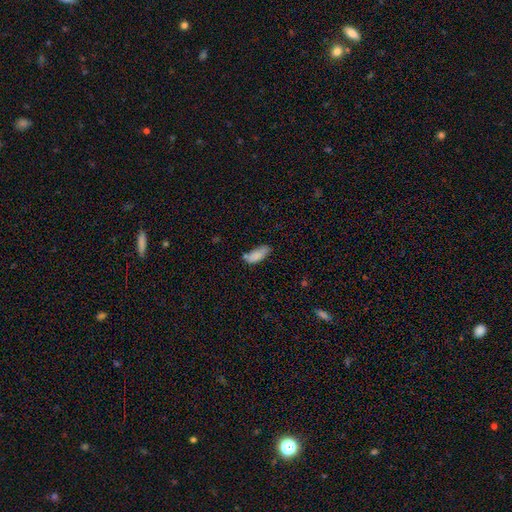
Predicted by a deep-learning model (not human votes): Morphology: type=smooth (85%); roundness=in between (79%); merging=none (54%).